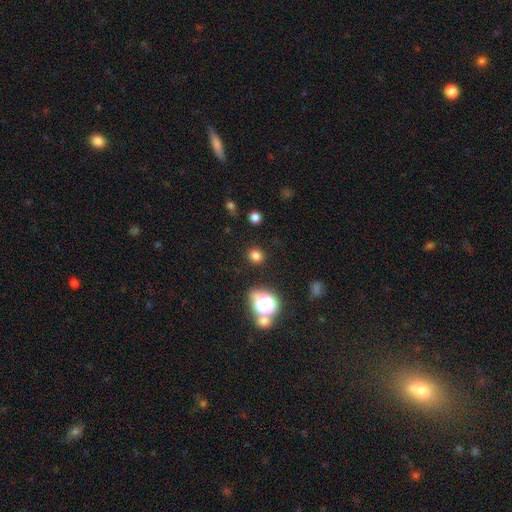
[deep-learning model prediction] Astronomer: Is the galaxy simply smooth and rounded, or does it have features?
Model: smooth — 76%.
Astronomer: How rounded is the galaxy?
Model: round — 87%.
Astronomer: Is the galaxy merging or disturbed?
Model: none — 88%.